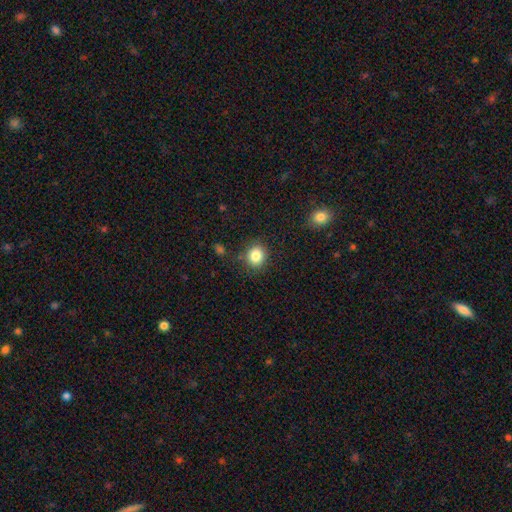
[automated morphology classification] This is clearly a smooth galaxy (85%). How rounded: likely round (76%). Merging: clearly none (84%).